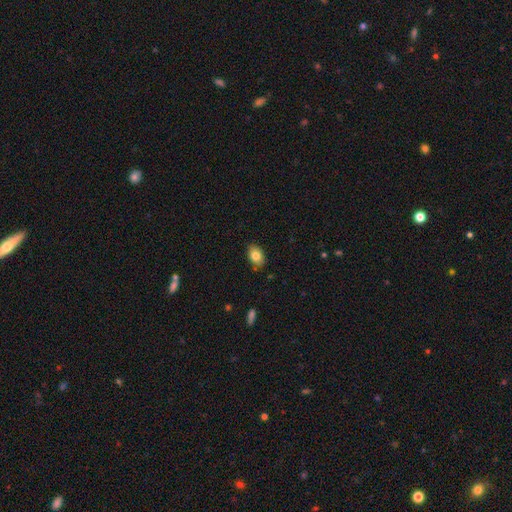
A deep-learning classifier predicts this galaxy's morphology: Smooth or featured? Predicted: smooth (p=0.82). How rounded? Predicted: in between (p=0.84). Merging? Predicted: none (p=0.85).